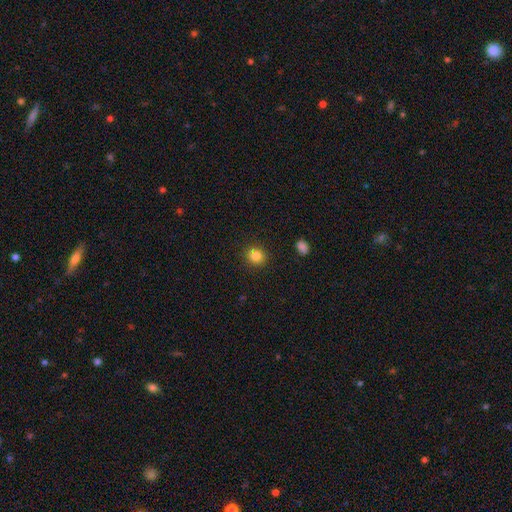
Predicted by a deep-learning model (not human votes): smooth 84%, star or artifact 11%, featured or disk 5%. Down the decision tree: how rounded — round (83%); merging — none (90%).